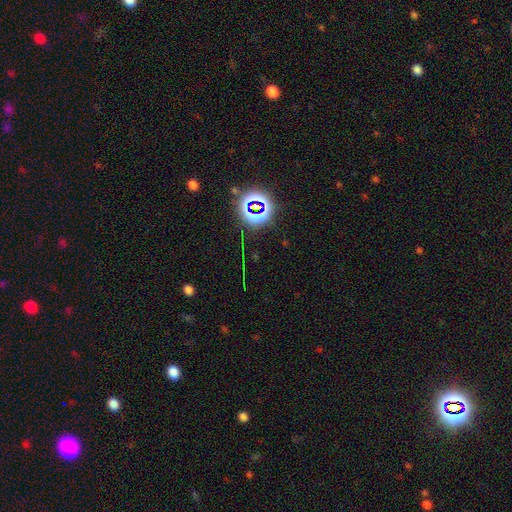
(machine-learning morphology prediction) A star or artifact, not a galaxy (76%).